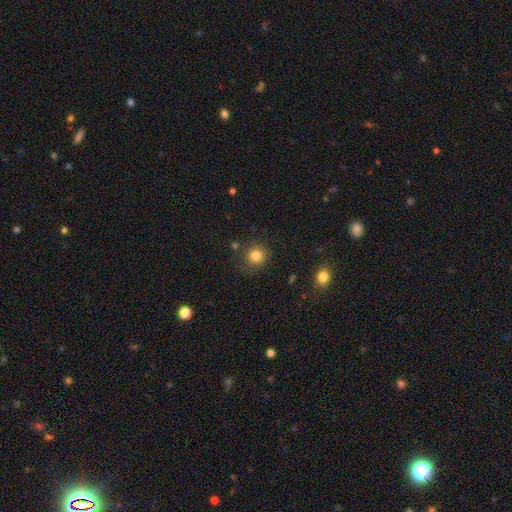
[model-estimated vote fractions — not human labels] smooth-or-featured: smooth: 83% | star or artifact: 12% | featured or disk: 5%
  how-rounded: round: 91% | in between: 9% | cigar-shaped: 1%
  merging: none: 82% | minor disturbance: 10% | major disturbance: 4% | merger: 4%